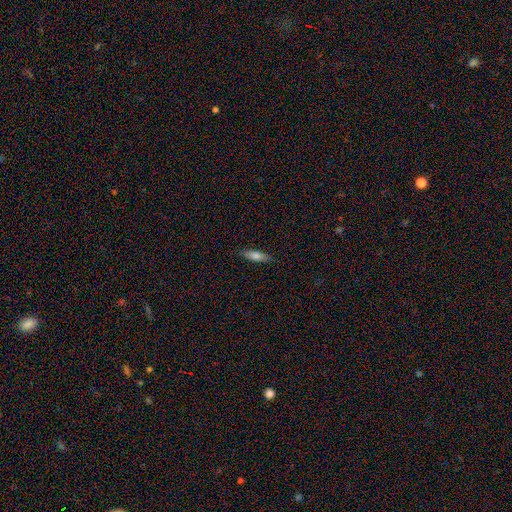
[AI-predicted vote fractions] smooth 75%, featured or disk 19%, star or artifact 6%. Down the decision tree: how rounded — cigar-shaped (55%); merging — none (87%).